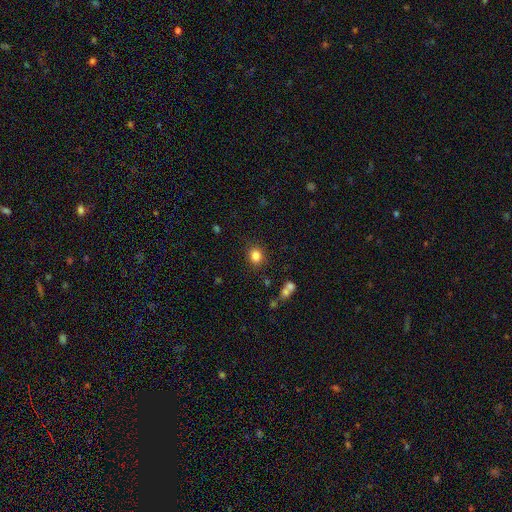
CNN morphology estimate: This is clearly a smooth galaxy (84%). How rounded: likely round (68%). Merging: clearly none (86%).